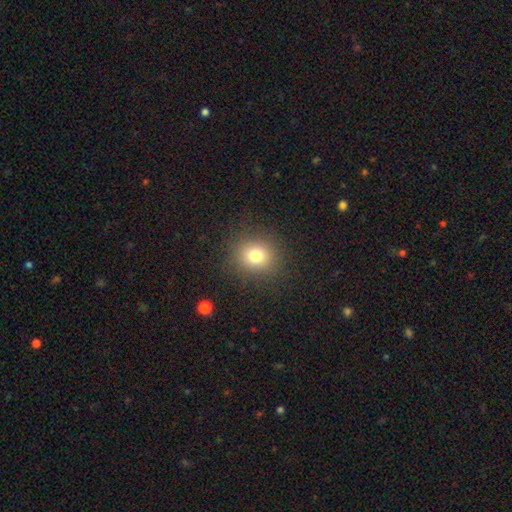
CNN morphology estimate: This is likely a smooth galaxy (76%). How rounded: clearly round (82%). Merging: clearly none (87%).